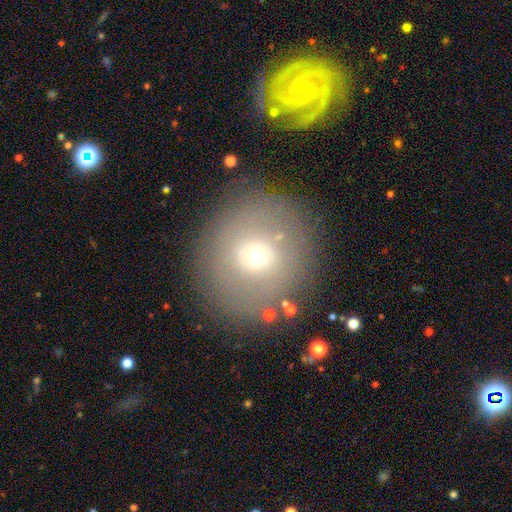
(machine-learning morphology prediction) This appears to be a smooth galaxy with no disk features (59%) that is round (89%). Merging: none (80%).